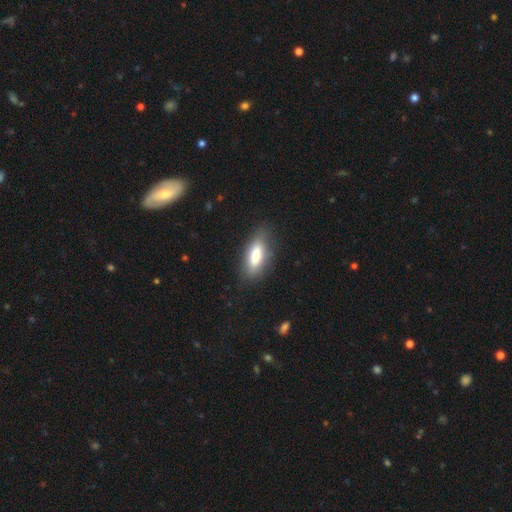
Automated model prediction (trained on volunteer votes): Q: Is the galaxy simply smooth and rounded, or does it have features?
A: smooth — 77%.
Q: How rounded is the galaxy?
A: in between — 71%.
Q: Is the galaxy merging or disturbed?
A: none — 78%.